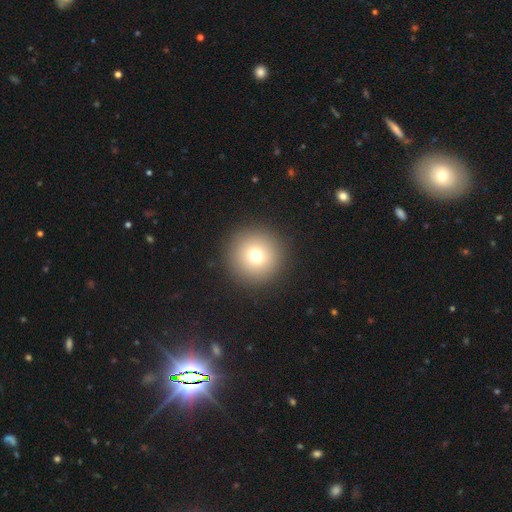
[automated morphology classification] Smooth or featured? smooth (73%)
How rounded? round (96%)
Merging? none (92%)